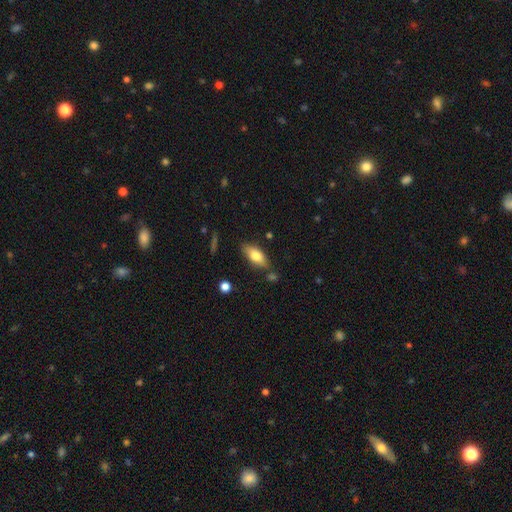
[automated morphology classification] type=smooth (73%); roundness=in between (80%); merging=none (76%).